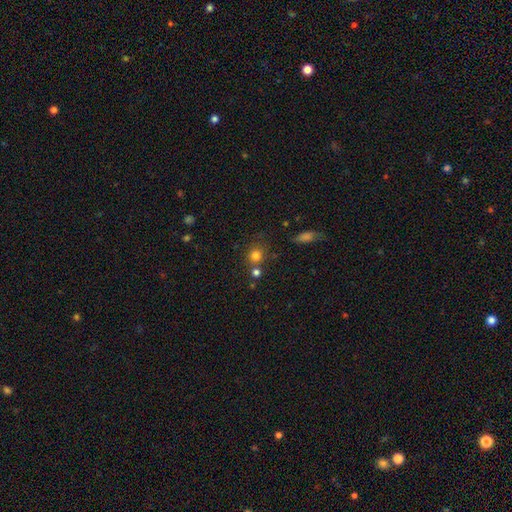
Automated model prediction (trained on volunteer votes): A smooth galaxy with no disk features (78%) that is round (86%).

Vote fractions:
- Smooth or featured? smooth: 78% / star or artifact: 15% / featured or disk: 7%
- How rounded? round: 86% / in between: 13% / cigar-shaped: 1%
- Merging? none: 66% / merger: 20% / minor disturbance: 10% / major disturbance: 4%